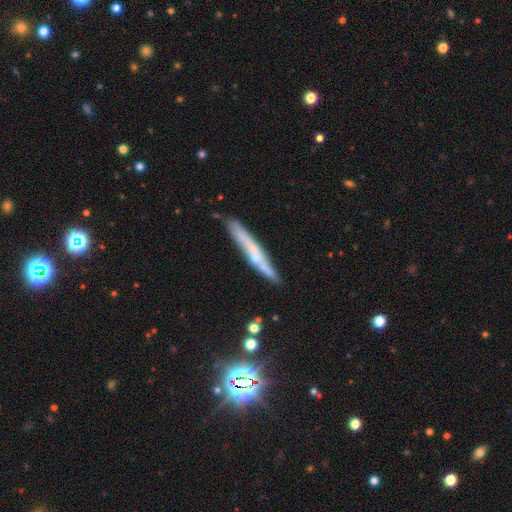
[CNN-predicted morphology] Smooth or featured? Predicted: featured or disk (p=0.53). Edge-on disk? Predicted: yes (p=0.85). Merging? Predicted: none (p=0.78).